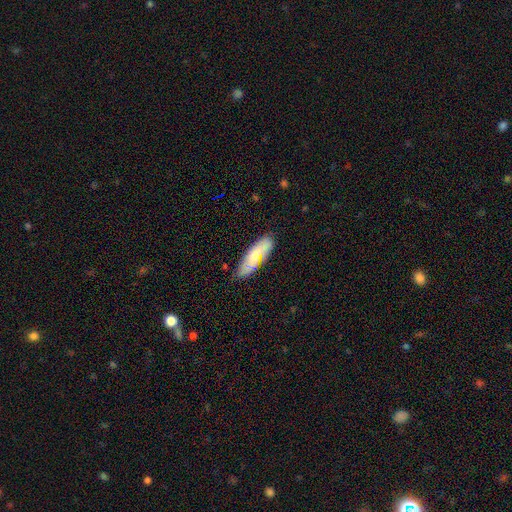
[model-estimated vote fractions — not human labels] Smooth or featured? smooth (65%)
How rounded? in between (60%)
Merging? none (71%)